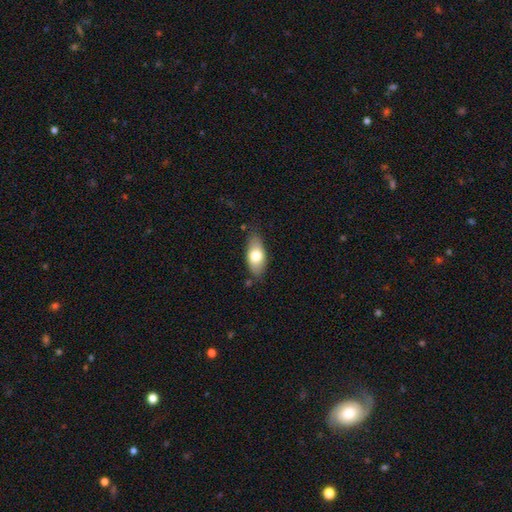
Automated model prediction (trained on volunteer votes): Q: Smooth or featured?
A: smooth (72%); runner-up: featured or disk (22%)
Q: How rounded?
A: in between (86%); runner-up: cigar-shaped (10%)
Q: Merging?
A: none (78%); runner-up: minor disturbance (17%)